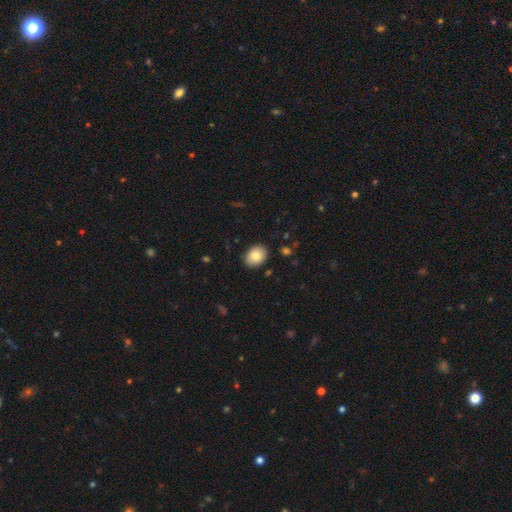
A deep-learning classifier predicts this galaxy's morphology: type=smooth (84%); roundness=in between (65%); merging=none (88%).